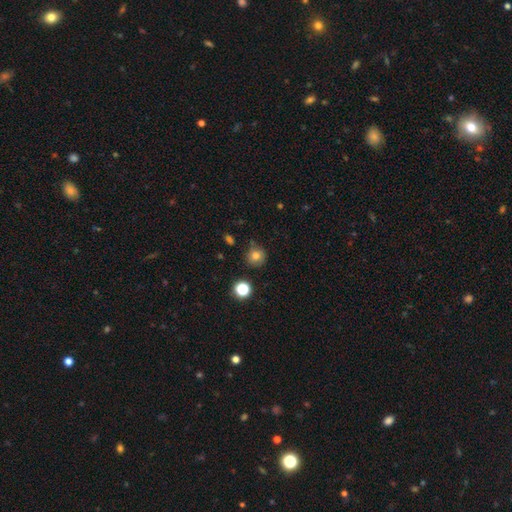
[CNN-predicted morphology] Overall: smooth (78%). How rounded: round (92%). Merging: none (81%).